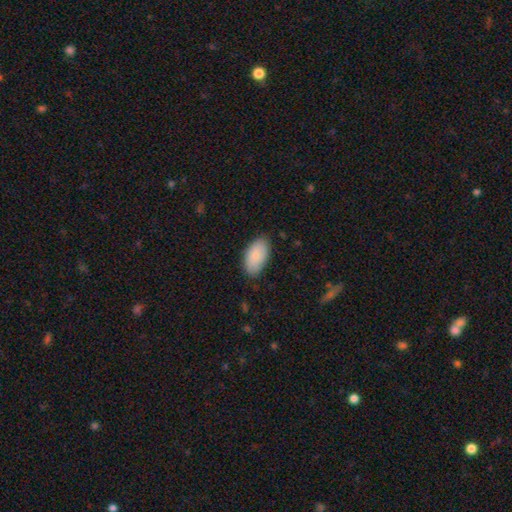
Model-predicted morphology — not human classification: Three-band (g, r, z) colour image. It shows a smooth galaxy with no disk features (84%) that is in between round and cigar-shaped (95%). Merging: none (82%).